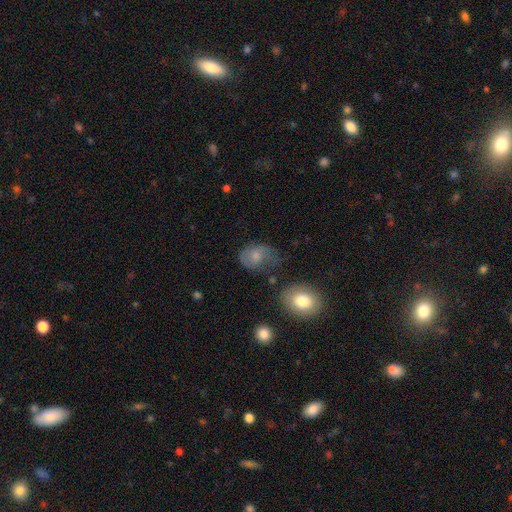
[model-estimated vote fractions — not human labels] smooth 60%, featured or disk 30%, star or artifact 10%. Down the decision tree: how rounded — in between (63%); merging — none (42%).